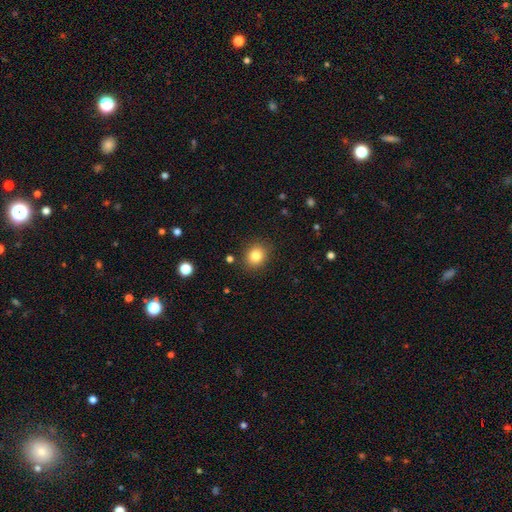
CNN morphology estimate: A smooth galaxy with no disk features (83%) that is round (70%).

Vote fractions:
- Smooth or featured? smooth: 83% / star or artifact: 11% / featured or disk: 6%
- How rounded? round: 70% / in between: 29% / cigar-shaped: 1%
- Merging? none: 88% / minor disturbance: 8% / major disturbance: 3% / merger: 2%